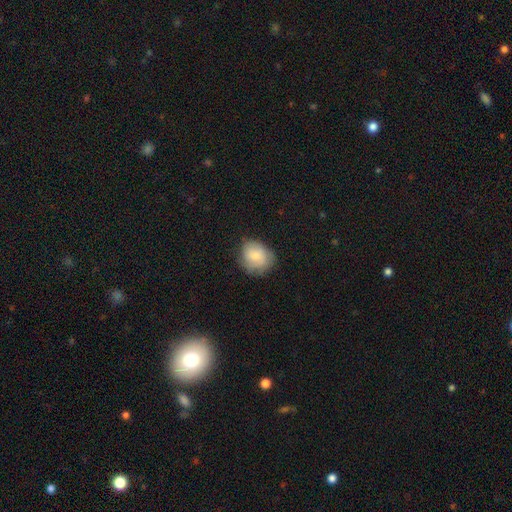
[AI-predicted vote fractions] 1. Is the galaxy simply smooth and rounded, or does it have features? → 76% smooth, 17% featured or disk, 7% star or artifact.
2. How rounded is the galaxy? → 61% round, 38% in between, 1% cigar-shaped.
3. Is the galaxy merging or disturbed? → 71% none, 22% minor disturbance, 5% major disturbance, 1% merger.